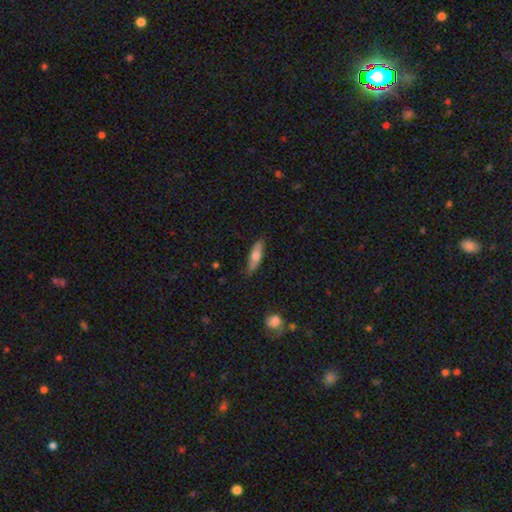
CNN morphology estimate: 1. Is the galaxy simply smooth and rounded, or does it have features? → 59% smooth, 35% featured or disk, 6% star or artifact.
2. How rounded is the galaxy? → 61% cigar-shaped, 37% in between, 3% round.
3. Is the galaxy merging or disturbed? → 83% none, 14% minor disturbance, 2% major disturbance, 1% merger.